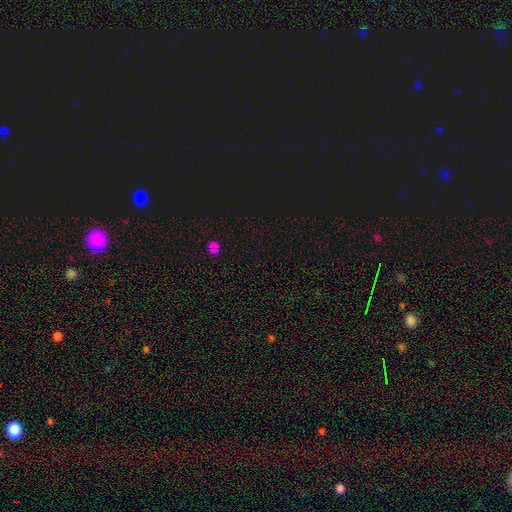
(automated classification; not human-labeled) A star or artifact, not a galaxy (64%).